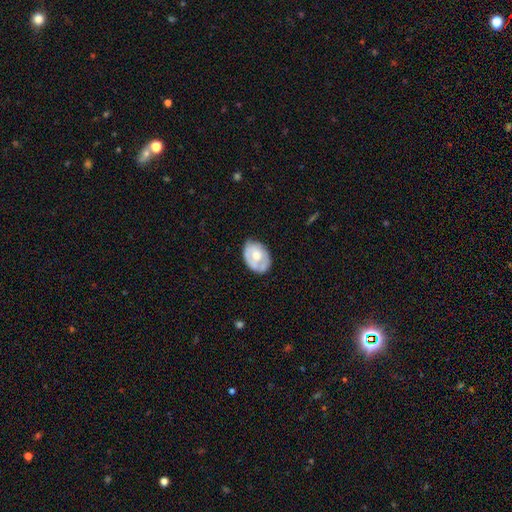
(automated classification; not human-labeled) The model was most divided on "smooth or featured": smooth: 52%, featured or disk: 42%, star or artifact: 6%. More confident: how rounded — in between (75%); merging — none (62%).